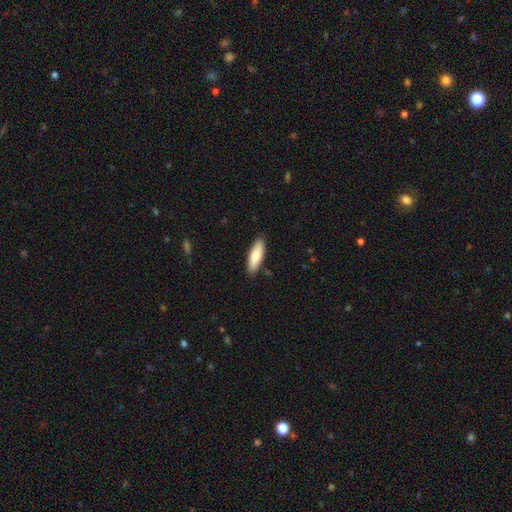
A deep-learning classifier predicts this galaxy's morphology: This appears to be a smooth galaxy with no disk features (81%) that is in between round and cigar-shaped (52%). Merging: none (88%).